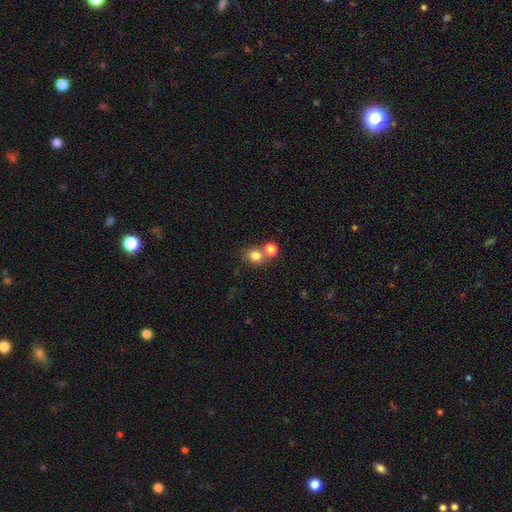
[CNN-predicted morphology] smooth 80%, star or artifact 12%, featured or disk 8%. Down the decision tree: how rounded — round (72%); merging — none (52%).